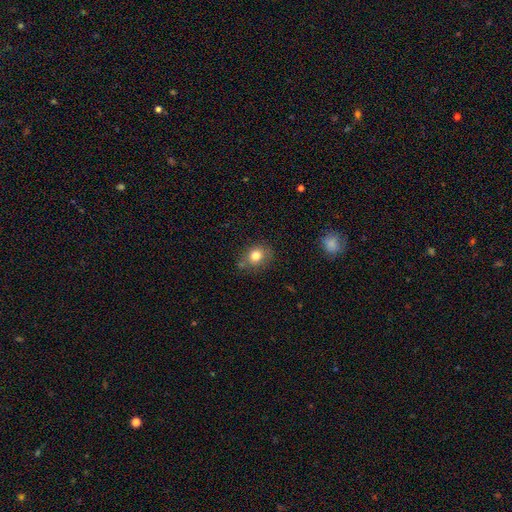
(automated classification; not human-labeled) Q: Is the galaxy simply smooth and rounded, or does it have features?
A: smooth — 80%.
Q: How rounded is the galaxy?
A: round — 64%.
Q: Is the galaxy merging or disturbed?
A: none — 72%.